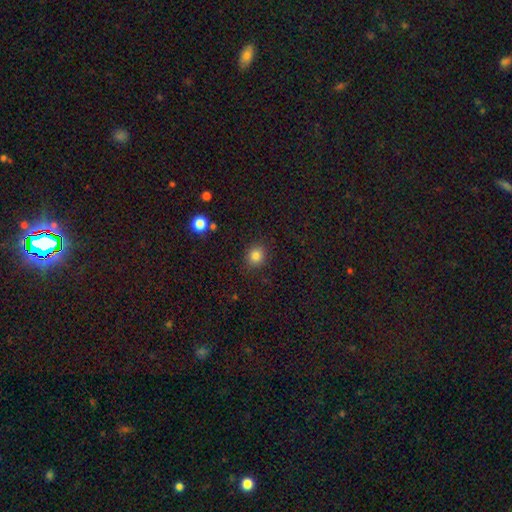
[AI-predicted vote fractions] This is clearly a smooth galaxy (83%). How rounded: likely round (76%). Merging: clearly none (87%).